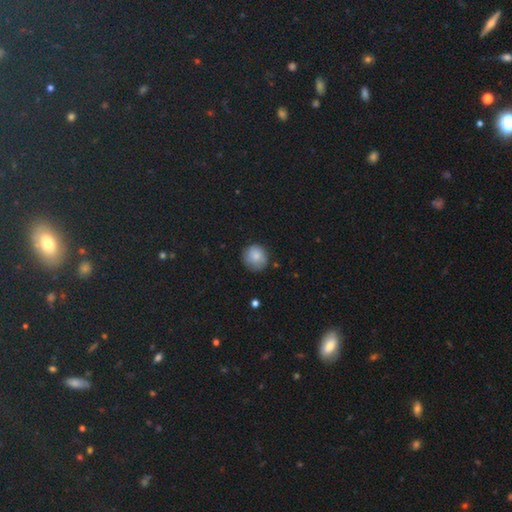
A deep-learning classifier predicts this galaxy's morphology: smooth_or_featured: smooth (p=0.82) [alt: star or artifact p=0.10]
how_rounded: round (p=0.90) [alt: in between p=0.09]
merging: none (p=0.78) [alt: minor disturbance p=0.17]